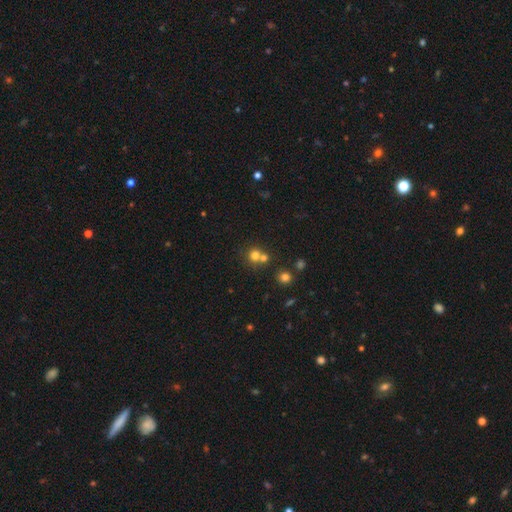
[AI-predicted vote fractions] Overall: smooth (71%). How rounded: round (87%). Merging: none (50%; merger 41%).